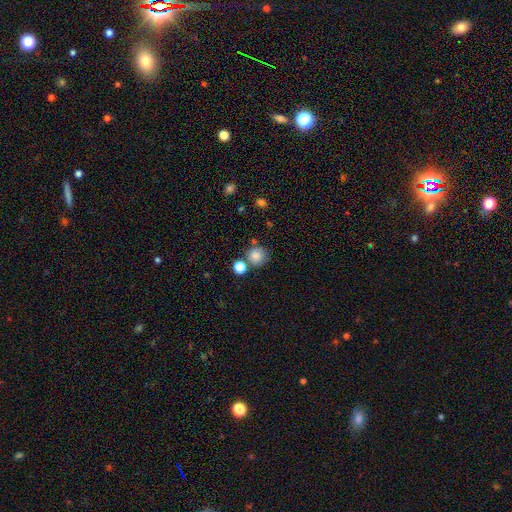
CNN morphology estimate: smooth-or-featured: smooth: 83% | star or artifact: 11% | featured or disk: 6%
  how-rounded: round: 92% | in between: 7% | cigar-shaped: 1%
  merging: none: 70% | merger: 16% | minor disturbance: 10% | major disturbance: 3%